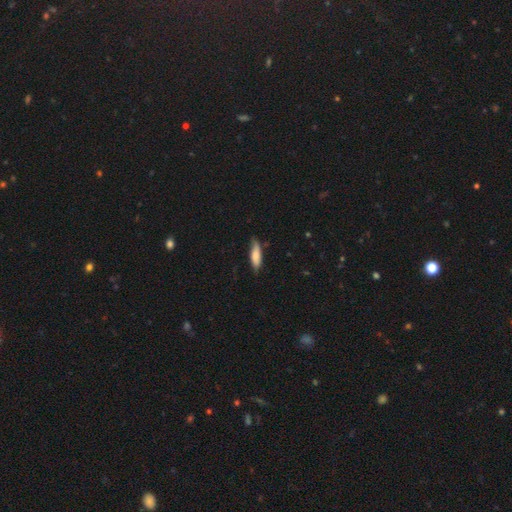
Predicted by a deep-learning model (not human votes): smooth 75%, featured or disk 19%, star or artifact 6%. Down the decision tree: how rounded — cigar-shaped (57%); merging — none (69%).